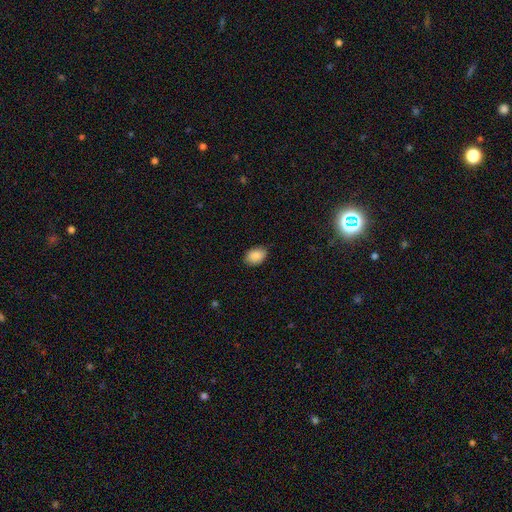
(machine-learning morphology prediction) smooth-or-featured: smooth: 88% | star or artifact: 7% | featured or disk: 4%
  how-rounded: in between: 84% | round: 14% | cigar-shaped: 1%
  merging: none: 84% | minor disturbance: 13% | major disturbance: 2% | merger: 1%